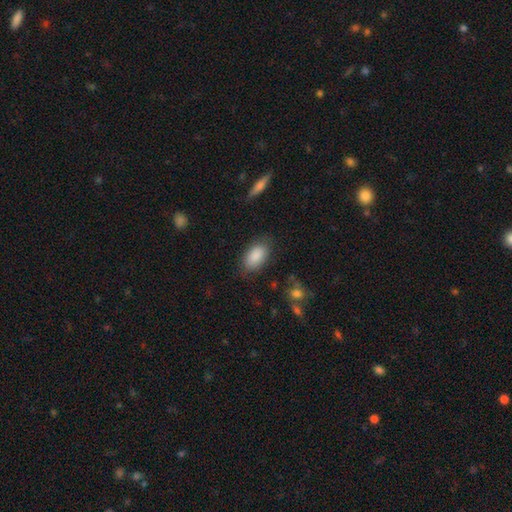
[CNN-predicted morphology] smooth-or-featured: smooth: 88% | star or artifact: 7% | featured or disk: 5%
  how-rounded: in between: 93% | round: 5% | cigar-shaped: 2%
  merging: none: 79% | minor disturbance: 15% | major disturbance: 4% | merger: 2%